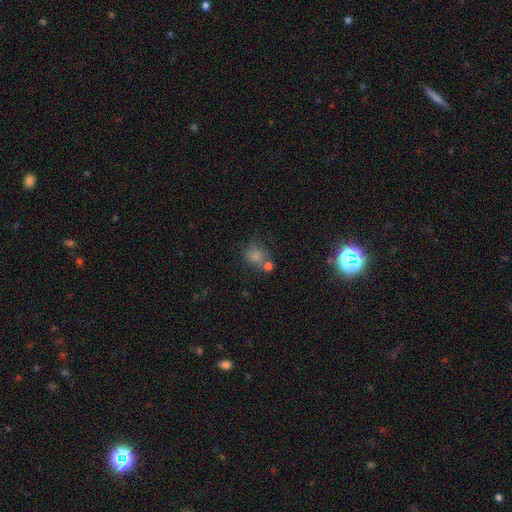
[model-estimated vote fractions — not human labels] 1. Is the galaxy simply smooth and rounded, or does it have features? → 74% smooth, 14% star or artifact, 12% featured or disk.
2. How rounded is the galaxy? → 67% round, 32% in between, 1% cigar-shaped.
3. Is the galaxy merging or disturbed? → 44% none, 26% merger, 19% minor disturbance, 11% major disturbance.